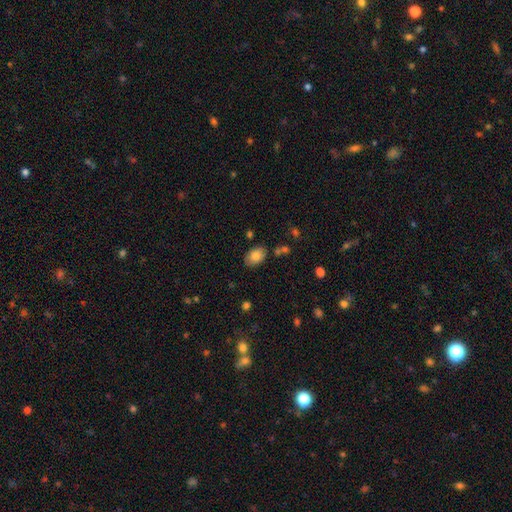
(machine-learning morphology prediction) Q: Smooth or featured?
A: smooth (82%); runner-up: featured or disk (10%)
Q: How rounded?
A: in between (84%); runner-up: round (15%)
Q: Merging?
A: none (78%); runner-up: minor disturbance (14%)